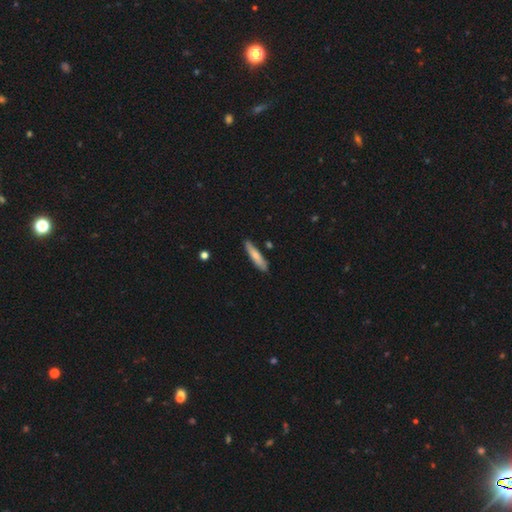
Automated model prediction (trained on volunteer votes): This is likely a smooth galaxy (73%). How rounded: clearly cigar-shaped (84%). Merging: likely none (80%).